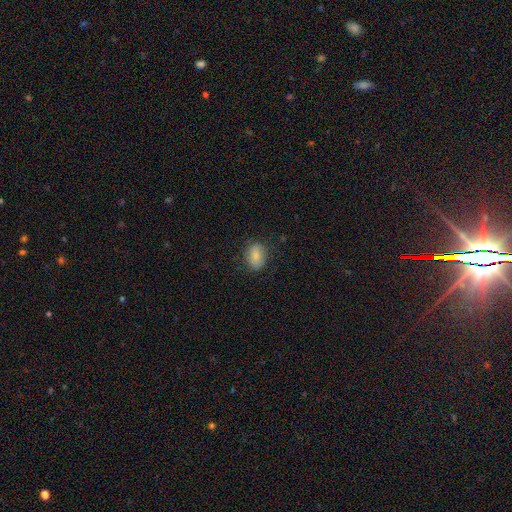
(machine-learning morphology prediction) The model was most divided on "how rounded": in between: 74%, round: 24%, cigar-shaped: 2%. More confident: smooth or featured — smooth (83%); merging — none (79%).